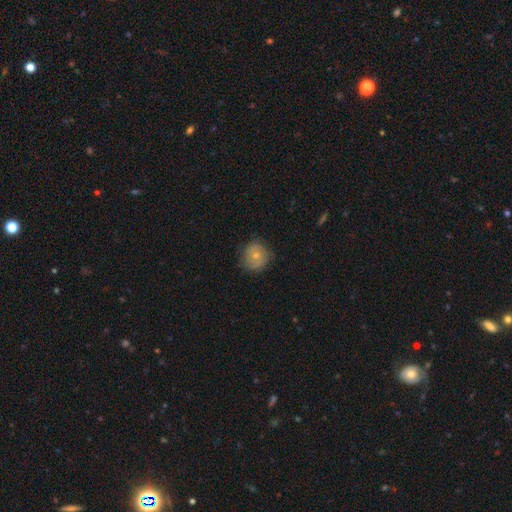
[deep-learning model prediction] Overall: smooth (53%; featured or disk 39%). How rounded: round (86%). Merging: none (75%).